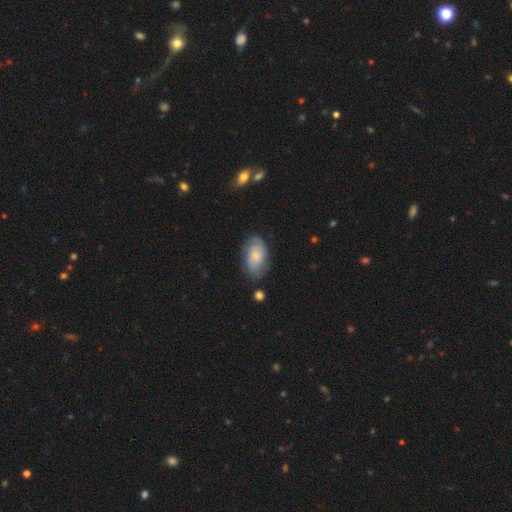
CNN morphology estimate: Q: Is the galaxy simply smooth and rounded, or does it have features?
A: smooth — 54%.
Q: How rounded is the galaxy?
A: in between — 91%.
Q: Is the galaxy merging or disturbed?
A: none — 70%.